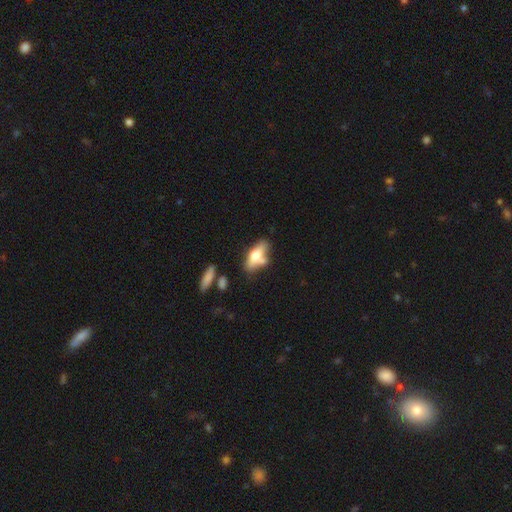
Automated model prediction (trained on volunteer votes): A smooth galaxy with no disk features (59%) that is in between round and cigar-shaped (73%).

Vote fractions:
- Smooth or featured? smooth: 59% / featured or disk: 34% / star or artifact: 7%
- How rounded? in between: 73% / cigar-shaped: 23% / round: 4%
- Merging? none: 48% / merger: 24% / minor disturbance: 19% / major disturbance: 8%